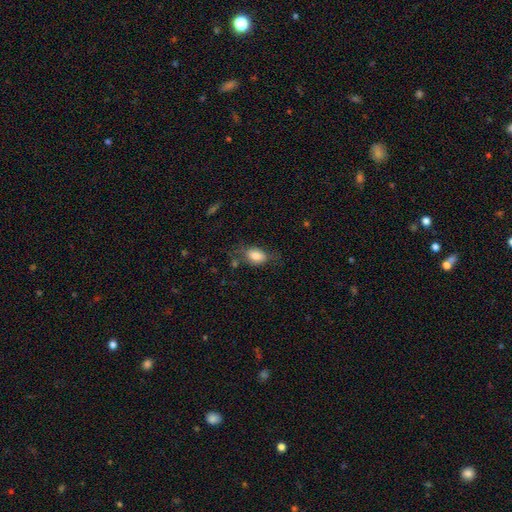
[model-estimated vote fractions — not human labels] Smooth or featured?
  - smooth: 81% *
  - featured or disk: 11%
  - star or artifact: 8%
How rounded?
  - in between: 87% *
  - round: 10%
  - cigar-shaped: 3%
Merging?
  - none: 59% *
  - minor disturbance: 26%
  - major disturbance: 11%
  - merger: 4%